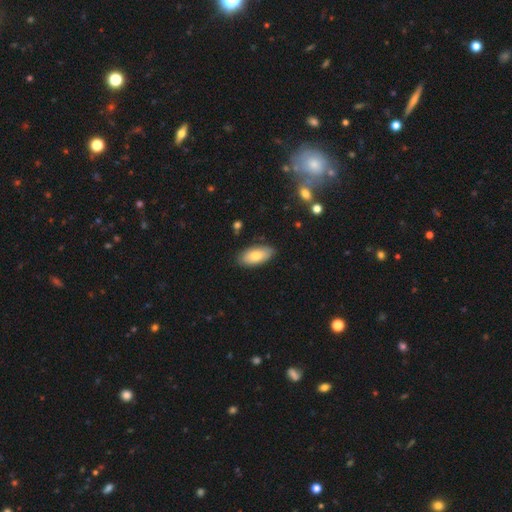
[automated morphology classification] Smooth or featured? smooth (78%)
How rounded? in between (91%)
Merging? none (83%)